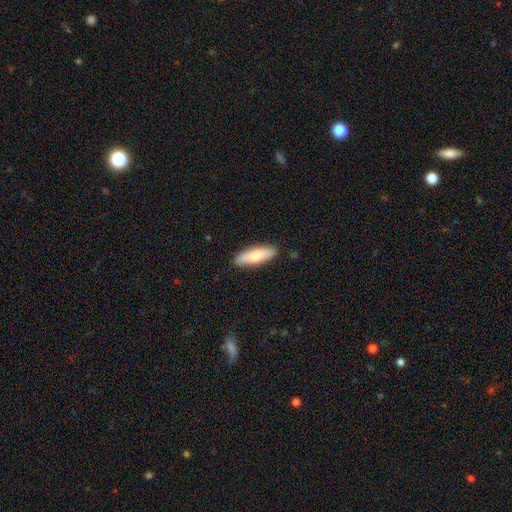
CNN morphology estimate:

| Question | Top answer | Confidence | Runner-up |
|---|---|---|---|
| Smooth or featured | smooth | 77% | featured or disk (17%) |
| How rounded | cigar-shaped | 56% | in between (42%) |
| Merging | none | 86% | minor disturbance (10%) |